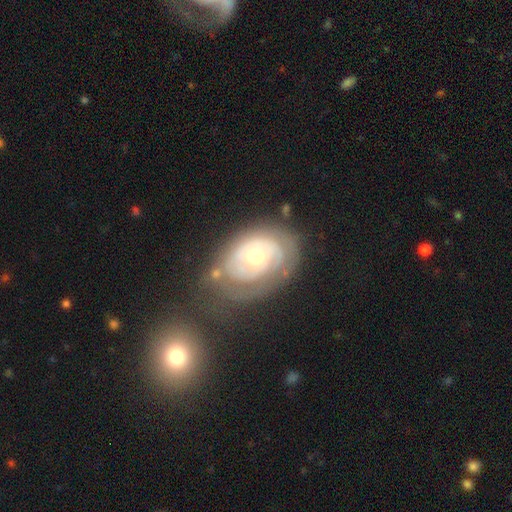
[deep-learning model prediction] Q: Smooth or featured?
A: featured or disk (77%); runner-up: smooth (18%)
Q: Edge-on disk?
A: no (96%); runner-up: yes (4%)
Q: Bar?
A: no (81%); runner-up: weak (15%)
Q: Spiral arms?
A: yes (80%); runner-up: no (20%)
Q: Spiral winding?
A: tight (76%); runner-up: medium (18%)
Q: Spiral arm count?
A: can't tell (49%); runner-up: 2 (22%)
Q: Bulge size?
A: moderate (50%); runner-up: small (44%)
Q: Merging?
A: none (51%); runner-up: minor disturbance (23%)